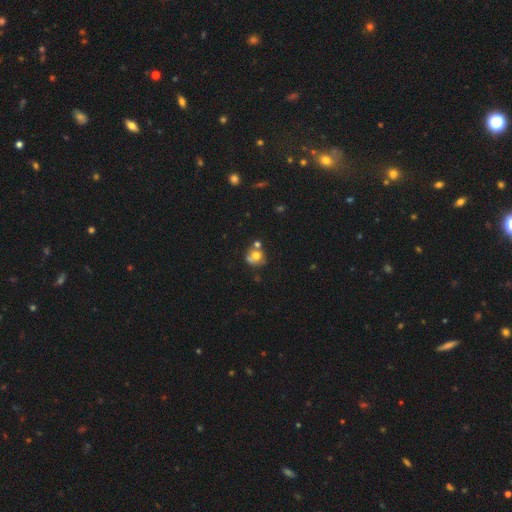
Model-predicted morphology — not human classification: Smooth or featured? Predicted: smooth (p=0.64). How rounded? Predicted: round (p=0.77). Merging? Predicted: none (p=0.42).